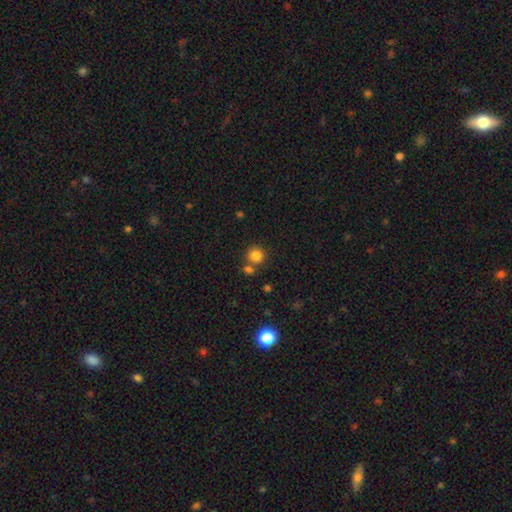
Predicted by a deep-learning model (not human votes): A smooth galaxy with no disk features (83%) that is round (90%). Merging: none (68%).